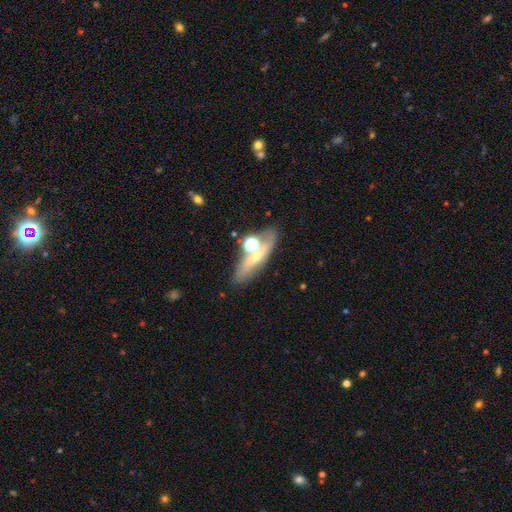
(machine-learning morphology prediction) smooth-or-featured: featured or disk: 44% | smooth: 42% | star or artifact: 14%
  merging: none: 66% | minor disturbance: 15% | merger: 13% | major disturbance: 6%